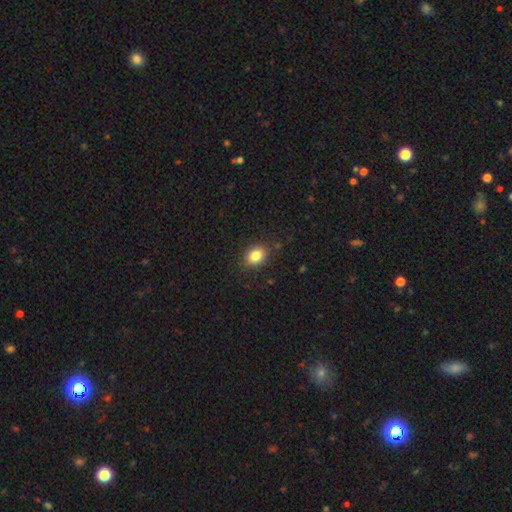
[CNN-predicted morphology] Smooth or featured? smooth (84%)
How rounded? in between (66%)
Merging? none (86%)